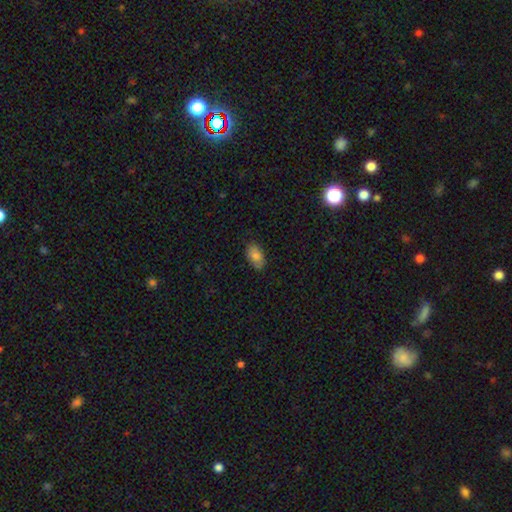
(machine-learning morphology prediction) Q: Smooth or featured?
A: smooth (81%); runner-up: featured or disk (10%)
Q: How rounded?
A: in between (93%); runner-up: round (5%)
Q: Merging?
A: none (83%); runner-up: minor disturbance (14%)